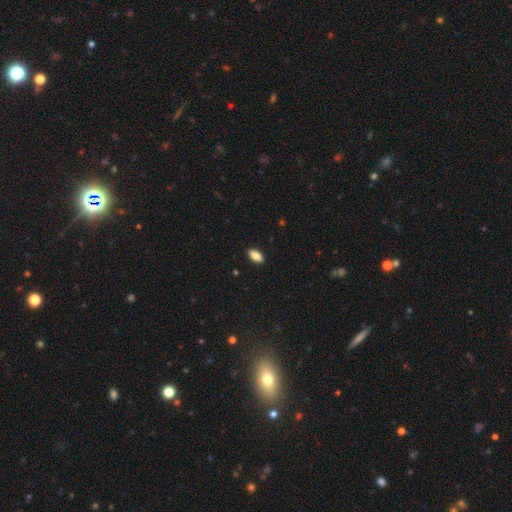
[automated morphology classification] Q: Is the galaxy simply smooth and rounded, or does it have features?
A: smooth — 84%.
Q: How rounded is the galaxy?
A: in between — 90%.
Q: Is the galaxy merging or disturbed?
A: none — 90%.